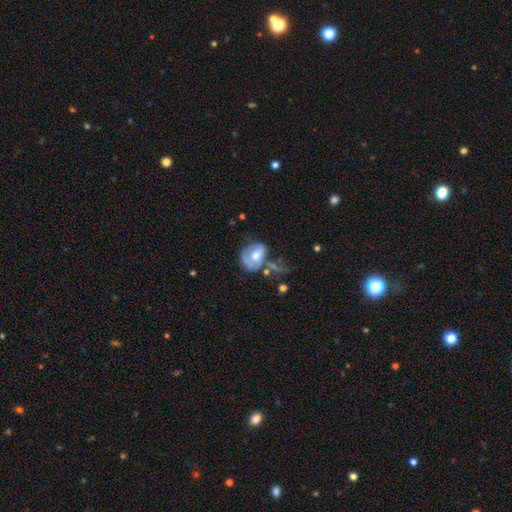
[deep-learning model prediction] Smooth or featured: featured or disk — 51% (smooth — 42%)
Edge-on disk: no — 96% (yes — 4%)
Merging: none — 31% (major disturbance — 28%)